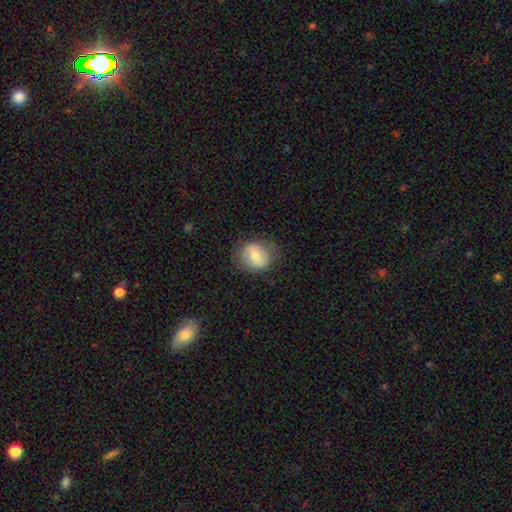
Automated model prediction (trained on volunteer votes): Morphology: type=smooth (62%); roundness=round (72%); merging=none (77%).